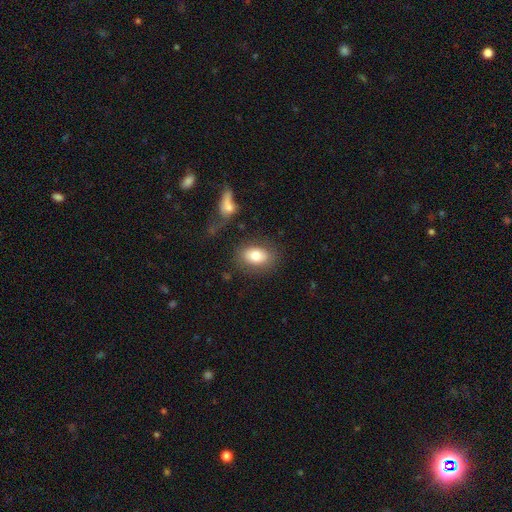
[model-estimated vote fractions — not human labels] Smooth or featured?
  - smooth: 78% *
  - featured or disk: 14%
  - star or artifact: 8%
How rounded?
  - in between: 80% *
  - round: 18%
  - cigar-shaped: 1%
Merging?
  - none: 77% *
  - minor disturbance: 13%
  - major disturbance: 6%
  - merger: 5%